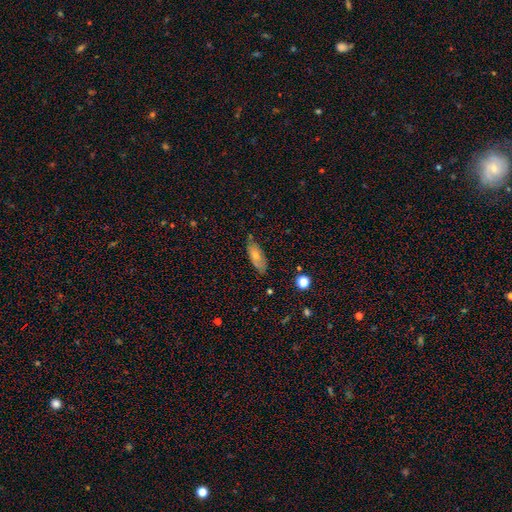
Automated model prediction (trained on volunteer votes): Smooth or featured?
  - smooth: 67% *
  - featured or disk: 25%
  - star or artifact: 8%
How rounded?
  - in between: 78% *
  - cigar-shaped: 20%
  - round: 3%
Merging?
  - none: 73% *
  - minor disturbance: 21%
  - major disturbance: 4%
  - merger: 2%